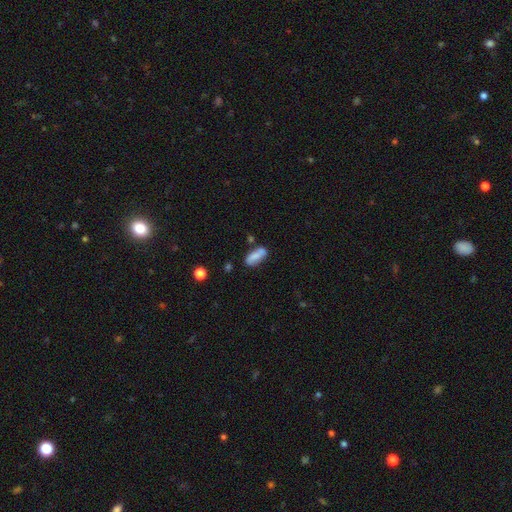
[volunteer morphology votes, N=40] Overall: smooth (85%). How rounded: in between (91%). Merging: none (49%; minor disturbance 19%).